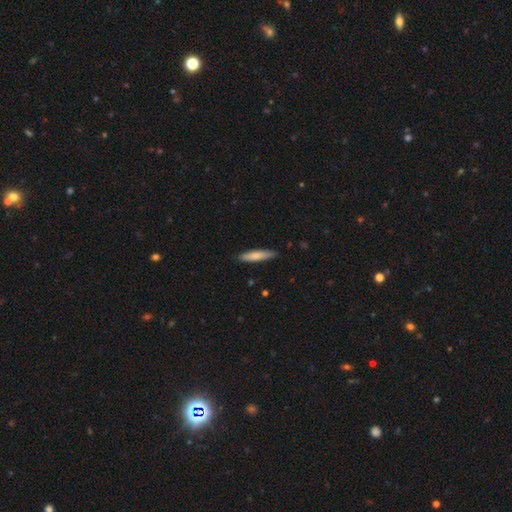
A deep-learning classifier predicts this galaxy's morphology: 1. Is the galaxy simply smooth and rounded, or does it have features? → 75% smooth, 19% featured or disk, 5% star or artifact.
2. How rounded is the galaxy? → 84% cigar-shaped, 15% in between, 1% round.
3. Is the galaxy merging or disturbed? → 87% none, 11% minor disturbance, 2% major disturbance, 1% merger.